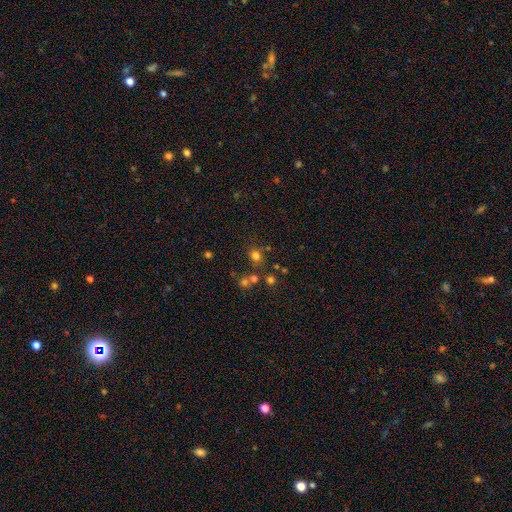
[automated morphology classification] This appears to be a smooth galaxy with no disk features (72%) that is round (74%). Merging: none (72%).